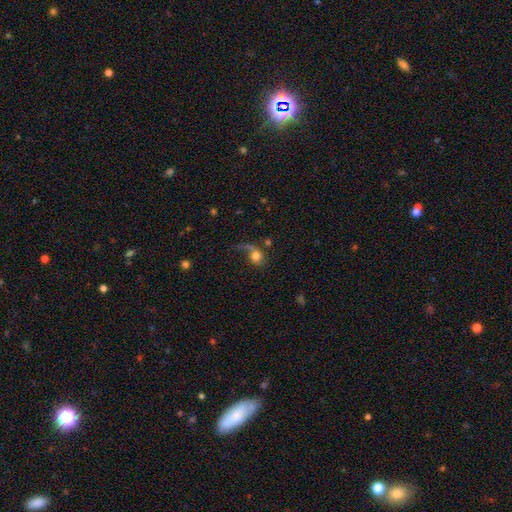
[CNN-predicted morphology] type=smooth (55%); roundness=round (70%); merging=major disturbance (42%).